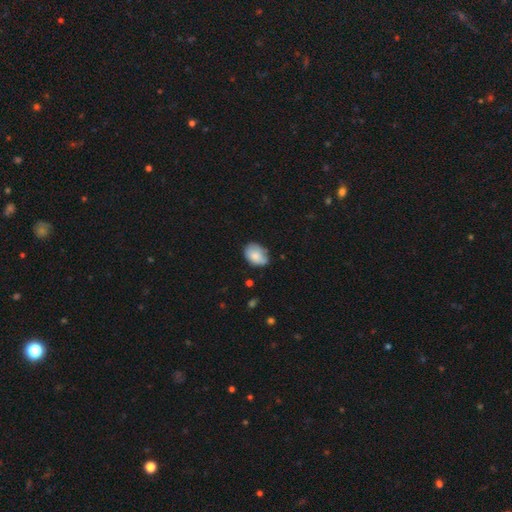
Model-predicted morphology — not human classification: type=smooth (82%); roundness=in between (80%); merging=none (59%).